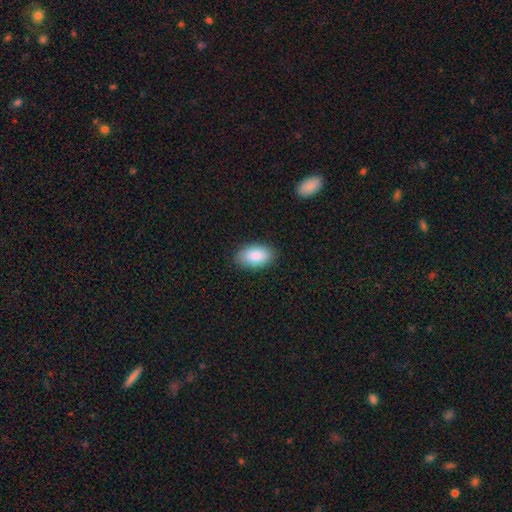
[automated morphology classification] Overall: smooth (87%). How rounded: in between (94%). Merging: none (87%).